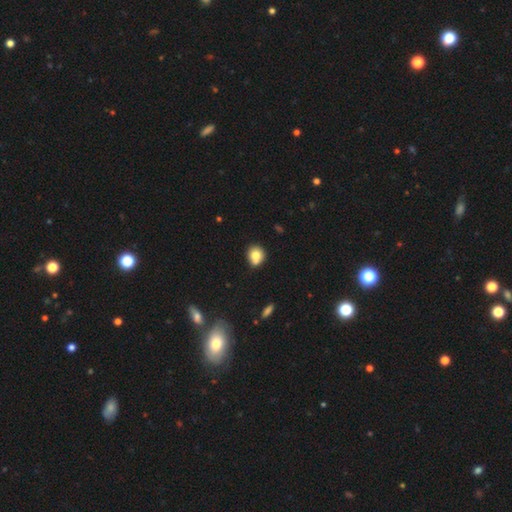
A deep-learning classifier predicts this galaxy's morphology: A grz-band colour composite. It shows a smooth galaxy with no disk features (77%) that is round (77%). Merging: none (58%).